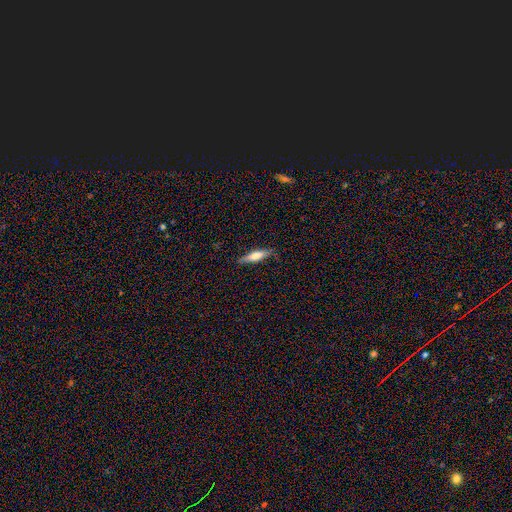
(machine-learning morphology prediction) This is likely a smooth galaxy (62%). How rounded: likely cigar-shaped (73%). Merging: clearly none (84%).